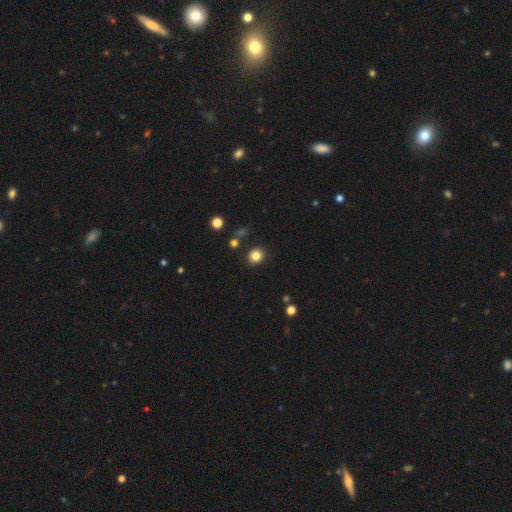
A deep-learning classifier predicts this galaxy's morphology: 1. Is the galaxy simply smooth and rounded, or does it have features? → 83% smooth, 12% star or artifact, 5% featured or disk.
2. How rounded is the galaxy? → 83% round, 16% in between, 1% cigar-shaped.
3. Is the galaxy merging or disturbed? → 89% none, 7% minor disturbance, 3% merger, 2% major disturbance.